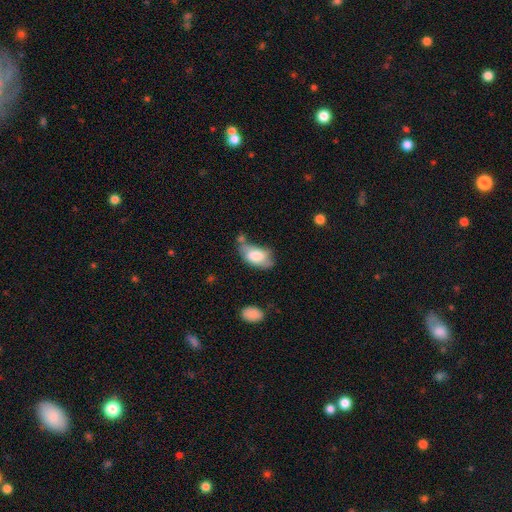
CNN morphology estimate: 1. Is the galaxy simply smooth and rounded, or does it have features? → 73% smooth, 21% featured or disk, 7% star or artifact.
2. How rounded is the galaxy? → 93% in between, 4% round, 3% cigar-shaped.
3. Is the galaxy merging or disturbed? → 38% none, 32% minor disturbance, 16% merger, 14% major disturbance.